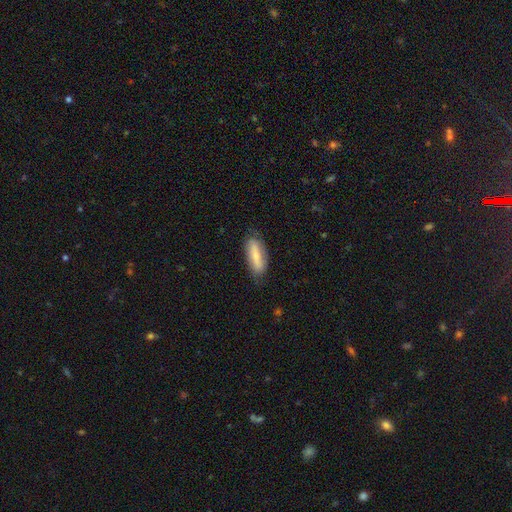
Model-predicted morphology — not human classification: smooth-or-featured: smooth: 62% | featured or disk: 31% | star or artifact: 6%
  how-rounded: in between: 64% | cigar-shaped: 33% | round: 2%
  merging: none: 74% | minor disturbance: 19% | major disturbance: 5% | merger: 1%